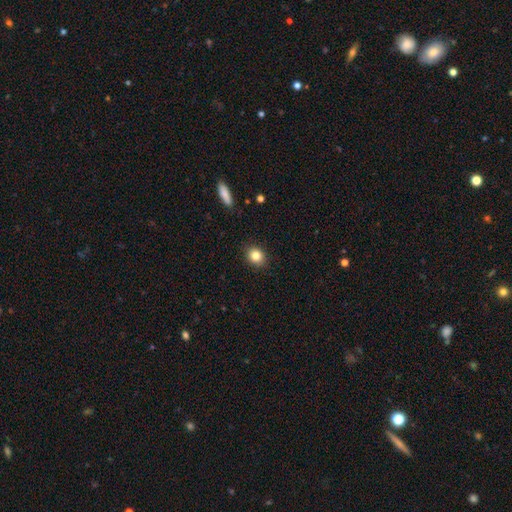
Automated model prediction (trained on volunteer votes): Smooth or featured? smooth (84%)
How rounded? round (62%)
Merging? none (90%)